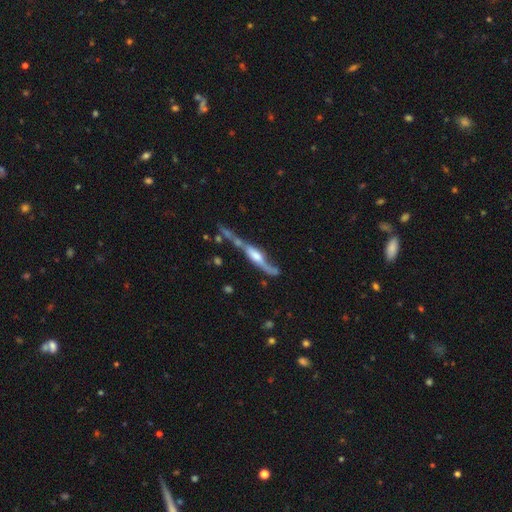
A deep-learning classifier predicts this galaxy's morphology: Overall: featured or disk (76%). Edge-on disk: yes (75%). Edge-on bulge: rounded (67%). Merging: none (42%; minor disturbance 21%).